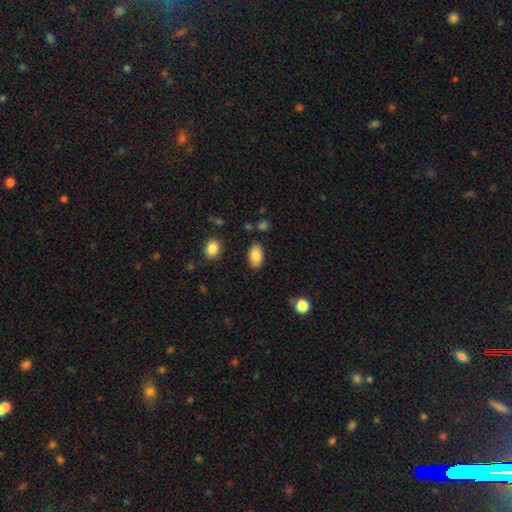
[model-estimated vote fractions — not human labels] This appears to be a smooth galaxy with no disk features (87%) that is in between round and cigar-shaped (92%). Merging: none (85%).